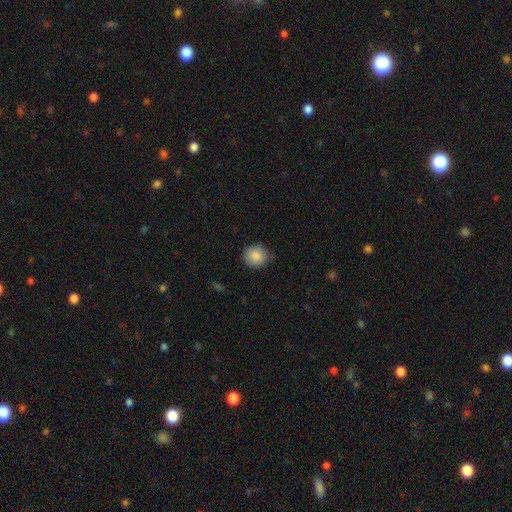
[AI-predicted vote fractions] Smooth or featured: smooth — 86% (star or artifact — 9%)
How rounded: round — 89% (in between — 11%)
Merging: none — 77% (minor disturbance — 19%)